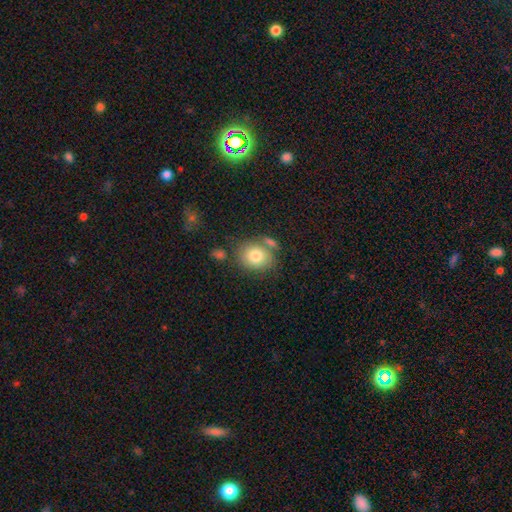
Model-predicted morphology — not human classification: This appears to be a smooth galaxy with no disk features (79%) that is round (66%). Merging: none (63%).